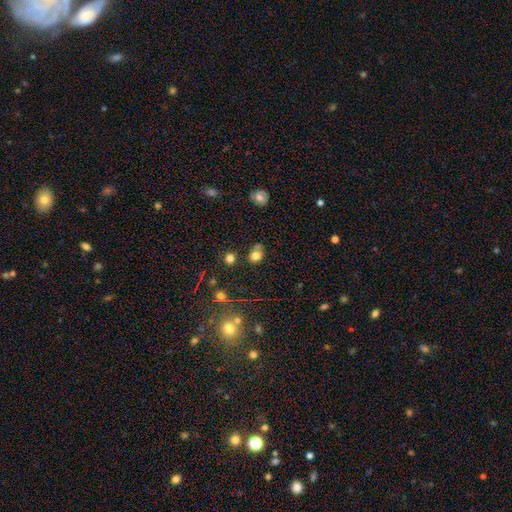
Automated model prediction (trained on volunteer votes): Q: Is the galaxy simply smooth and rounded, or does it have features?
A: smooth — 76%.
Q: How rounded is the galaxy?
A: round — 58%.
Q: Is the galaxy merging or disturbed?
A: none — 57%.